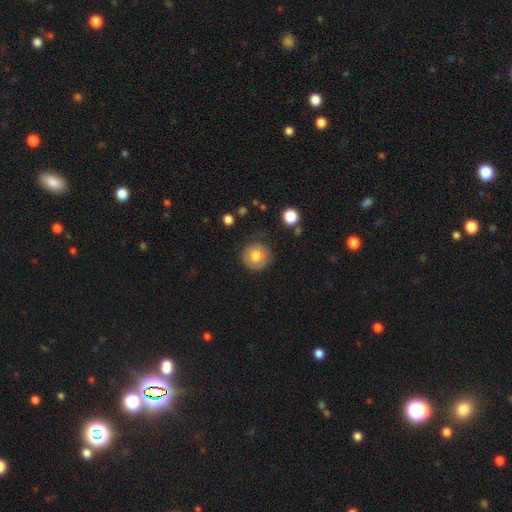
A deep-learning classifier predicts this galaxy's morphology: Smooth or featured? Predicted: smooth (p=0.68). How rounded? Predicted: round (p=0.92). Merging? Predicted: none (p=0.78).